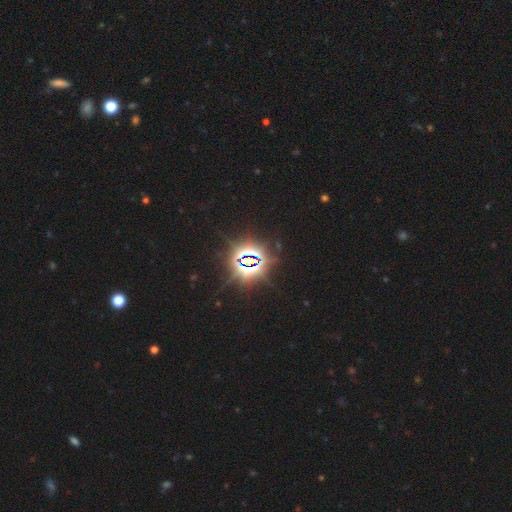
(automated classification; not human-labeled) smooth_or_featured: star or artifact (p=0.84) [alt: smooth p=0.09]